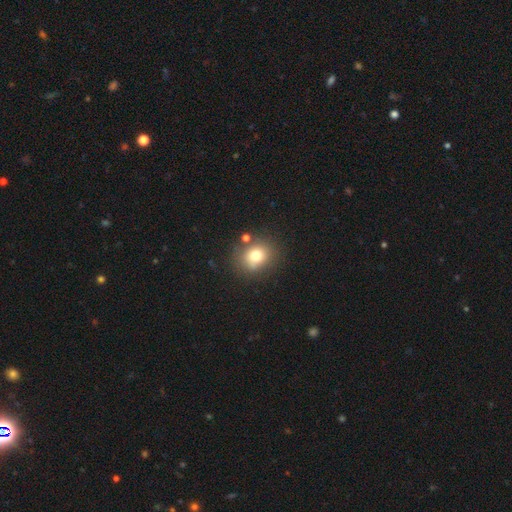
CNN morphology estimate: smooth_or_featured: smooth (p=0.74) [alt: star or artifact p=0.13]
how_rounded: round (p=0.67) [alt: in between p=0.32]
merging: none (p=0.74) [alt: minor disturbance p=0.13]